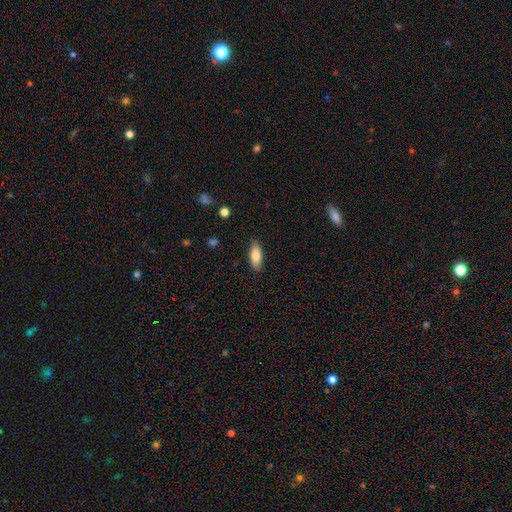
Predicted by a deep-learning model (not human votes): smooth-or-featured: smooth: 84% | featured or disk: 10% | star or artifact: 6%
  how-rounded: in between: 78% | cigar-shaped: 20% | round: 2%
  merging: none: 86% | minor disturbance: 10% | major disturbance: 2% | merger: 1%